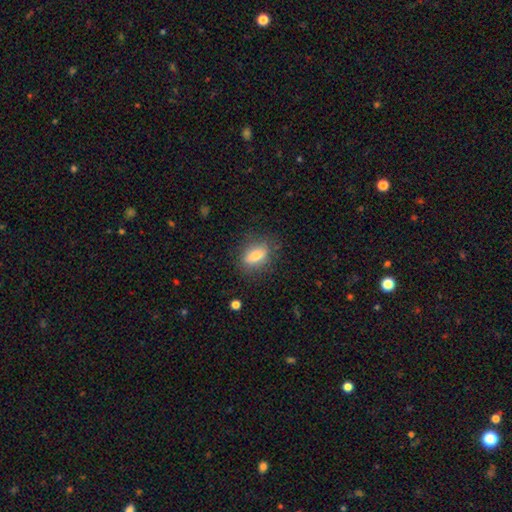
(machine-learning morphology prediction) This is likely a smooth galaxy (73%). How rounded: likely in between (76%). Merging: likely none (80%).